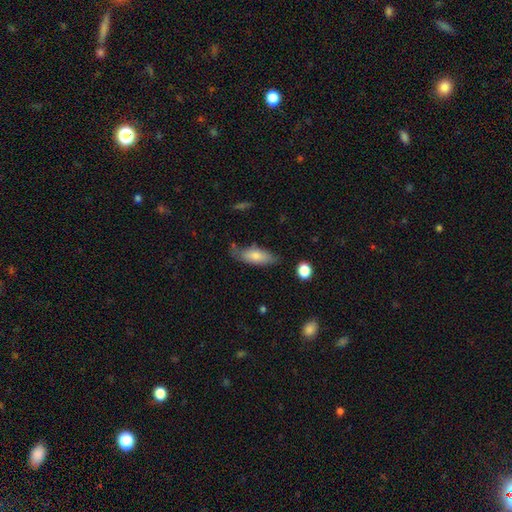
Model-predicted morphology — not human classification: smooth 75%, featured or disk 19%, star or artifact 6%. Down the decision tree: how rounded — in between (68%); merging — none (63%).